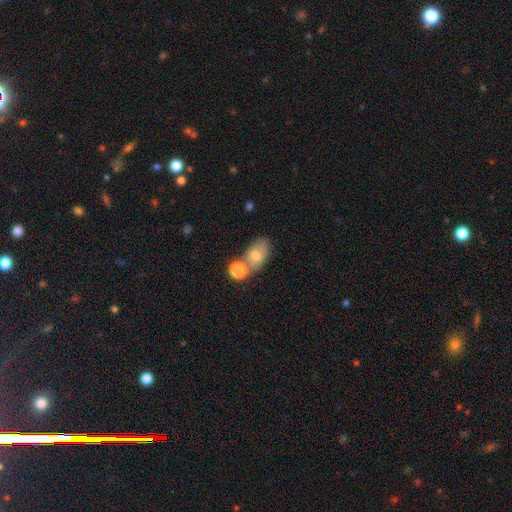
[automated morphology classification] Smooth or featured? Predicted: smooth (p=0.71). How rounded? Predicted: in between (p=0.83). Merging? Predicted: none (p=0.48).